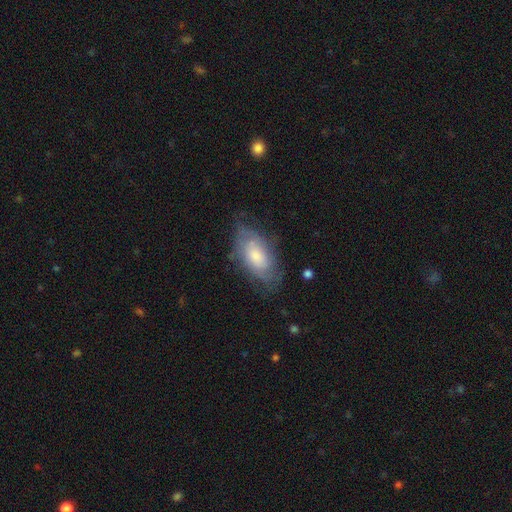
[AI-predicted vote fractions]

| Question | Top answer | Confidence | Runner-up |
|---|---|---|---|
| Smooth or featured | featured or disk | 47% | smooth (46%) |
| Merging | none | 63% | minor disturbance (26%) |